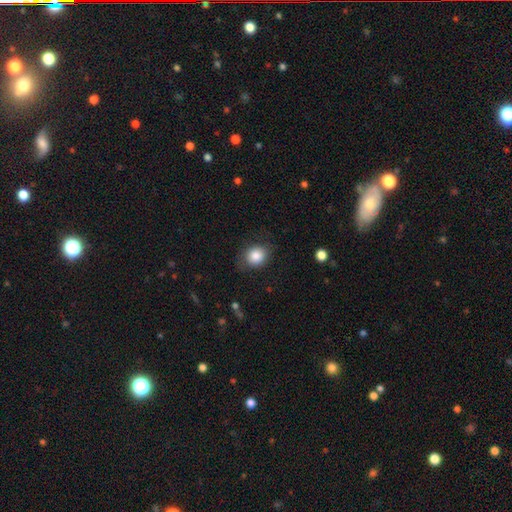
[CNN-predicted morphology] This is clearly a smooth galaxy (85%). How rounded: likely round (63%). Merging: likely none (76%).